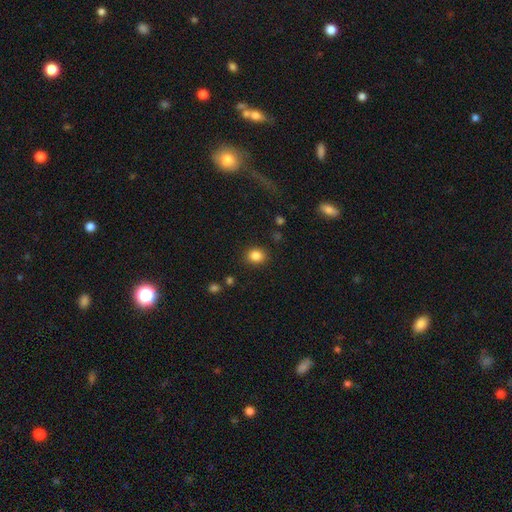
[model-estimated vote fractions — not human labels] Smooth or featured? Predicted: smooth (p=0.85). How rounded? Predicted: round (p=0.63). Merging? Predicted: none (p=0.88).